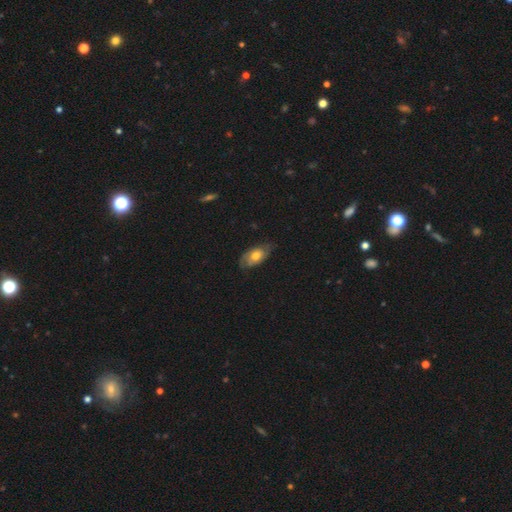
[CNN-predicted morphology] Overall: smooth (51%; featured or disk 42%). How rounded: in between (89%). Merging: none (70%).